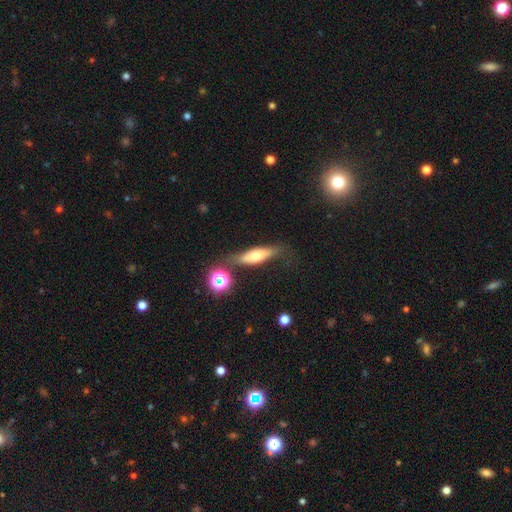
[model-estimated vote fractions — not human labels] The model was most divided on "how rounded": cigar-shaped: 50%, in between: 46%, round: 4%. More confident: merging — none (67%); smooth or featured — smooth (51%).